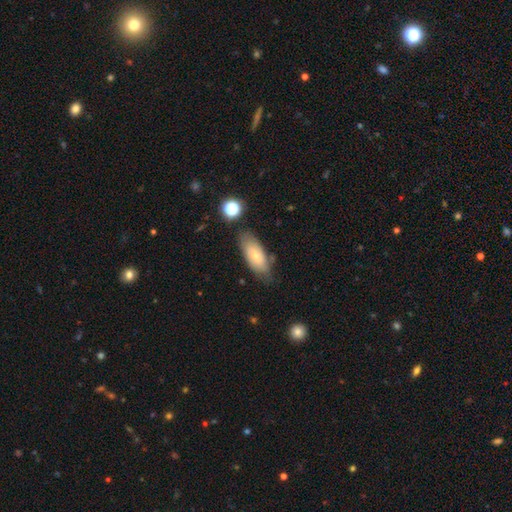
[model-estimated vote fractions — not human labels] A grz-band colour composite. It shows a smooth galaxy with no disk features (66%) that is in between round and cigar-shaped (84%). Merging: none (70%).